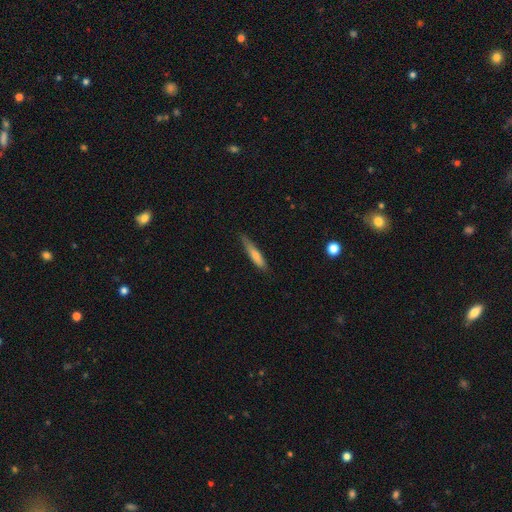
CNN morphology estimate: smooth 68%, featured or disk 26%, star or artifact 6%. Down the decision tree: how rounded — cigar-shaped (87%); merging — none (73%).